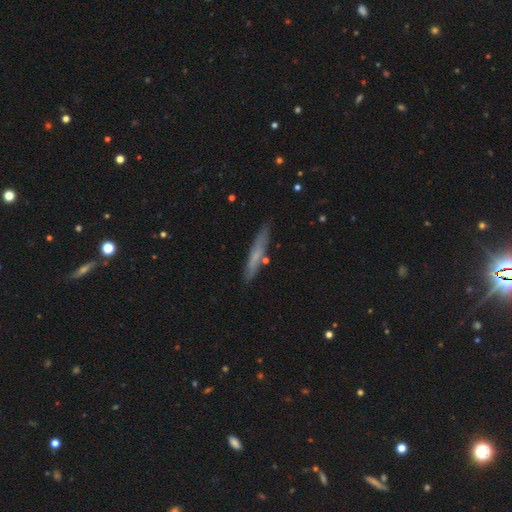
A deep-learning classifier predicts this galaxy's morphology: Overall: smooth (60%; featured or disk 33%). How rounded: cigar-shaped (93%). Merging: none (83%).